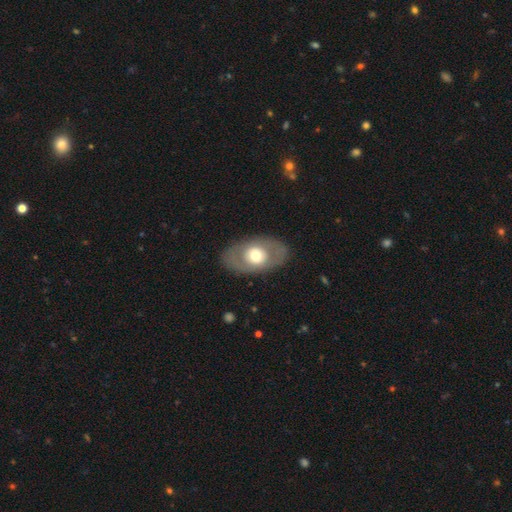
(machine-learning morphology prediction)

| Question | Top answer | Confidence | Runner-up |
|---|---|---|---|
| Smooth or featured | smooth | 48% | featured or disk (47%) |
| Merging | none | 82% | minor disturbance (11%) |